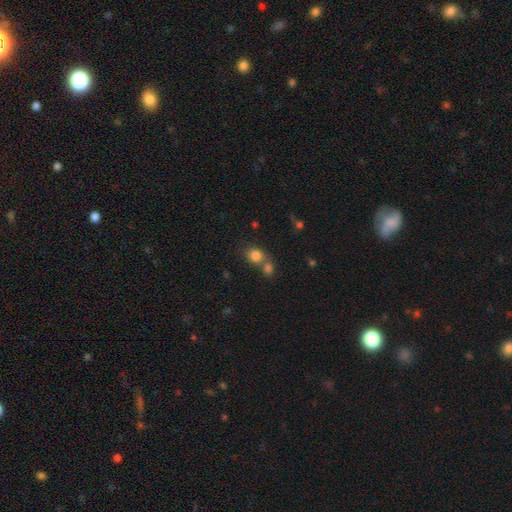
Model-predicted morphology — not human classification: Smooth or featured?
  - smooth: 81% *
  - star or artifact: 11%
  - featured or disk: 8%
How rounded?
  - round: 66% *
  - in between: 32%
  - cigar-shaped: 1%
Merging?
  - none: 45% *
  - merger: 44%
  - minor disturbance: 8%
  - major disturbance: 3%